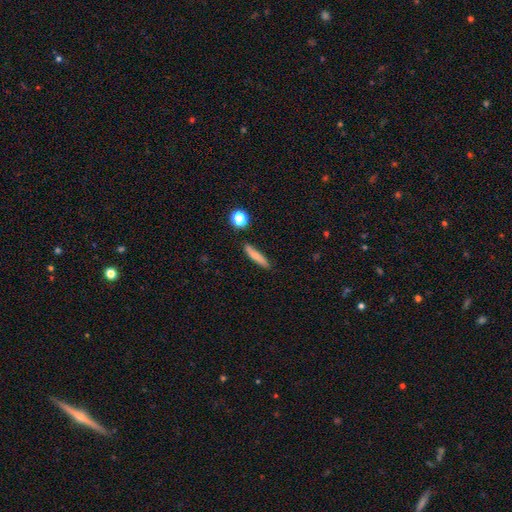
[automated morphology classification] smooth-or-featured: smooth: 72% | featured or disk: 19% | star or artifact: 9%
  how-rounded: cigar-shaped: 85% | in between: 12% | round: 3%
  merging: none: 84% | minor disturbance: 11% | merger: 3% | major disturbance: 2%